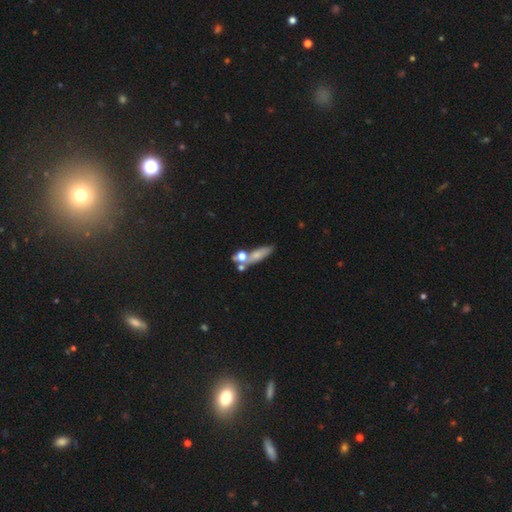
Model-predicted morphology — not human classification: type=smooth (57%); roundness=cigar-shaped (54%); merging=none (59%).